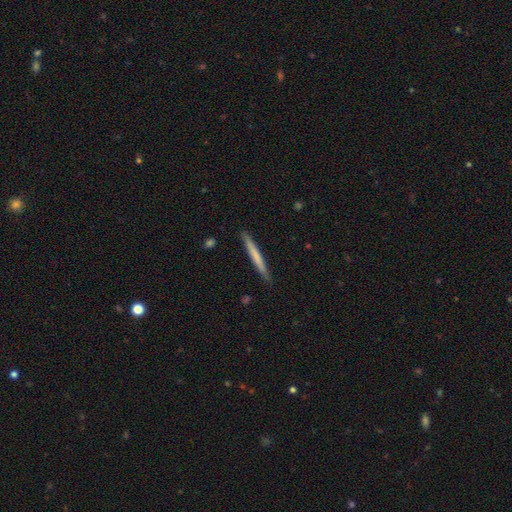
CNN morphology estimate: Smooth or featured? Predicted: smooth (p=0.63). How rounded? Predicted: cigar-shaped (p=0.97). Merging? Predicted: none (p=0.90).